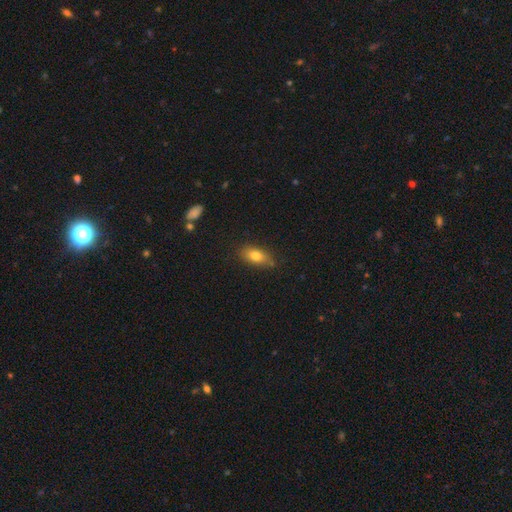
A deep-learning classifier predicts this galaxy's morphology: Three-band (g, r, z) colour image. It shows a smooth galaxy with no disk features (78%) that is in between round and cigar-shaped (83%). Merging: none (74%).